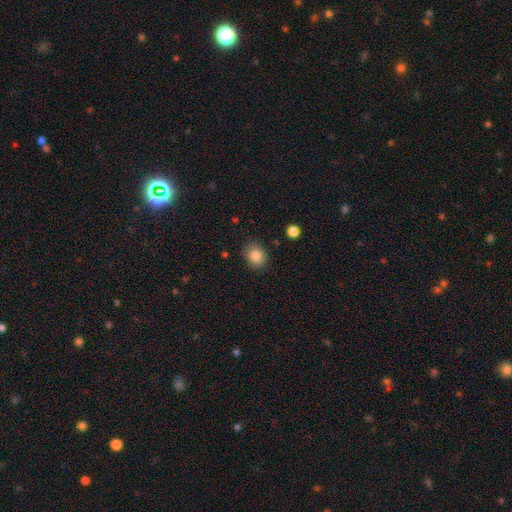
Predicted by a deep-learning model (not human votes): Smooth or featured?
  - smooth: 85% *
  - star or artifact: 9%
  - featured or disk: 6%
How rounded?
  - round: 55% *
  - in between: 44%
  - cigar-shaped: 1%
Merging?
  - none: 84% *
  - minor disturbance: 12%
  - major disturbance: 3%
  - merger: 1%